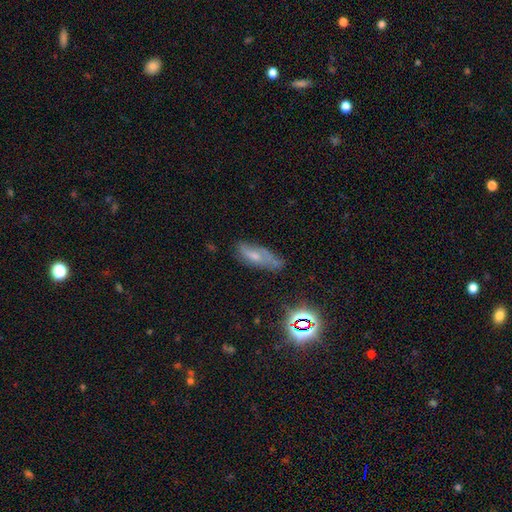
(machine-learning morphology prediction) This appears to be a smooth galaxy with no disk features (45%). Merging: none (52%).